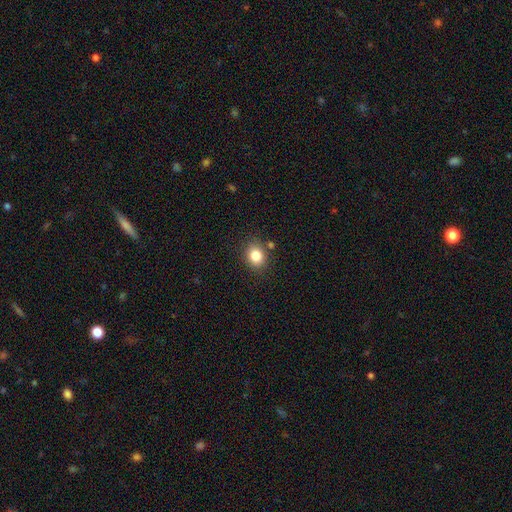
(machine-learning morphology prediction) Overall: smooth (82%). How rounded: round (63%; in between 36%). Merging: none (82%).